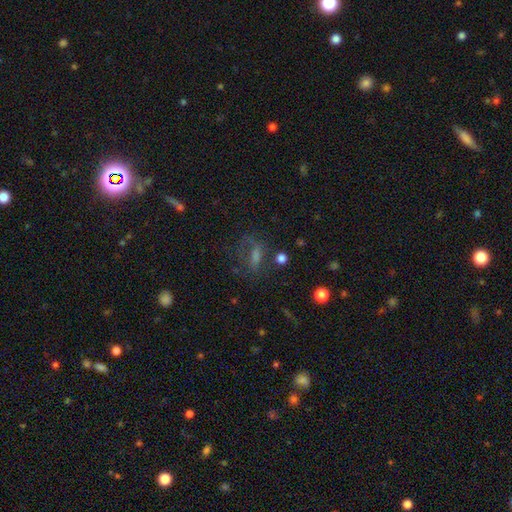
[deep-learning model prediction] The model was most divided on "smooth or featured": star or artifact: 34%, featured or disk: 33%, smooth: 33%.